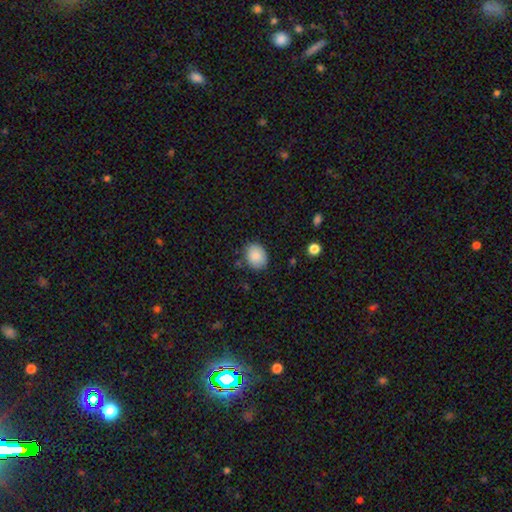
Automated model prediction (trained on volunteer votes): Overall: smooth (87%). How rounded: in between (52%; round 48%). Merging: none (80%).